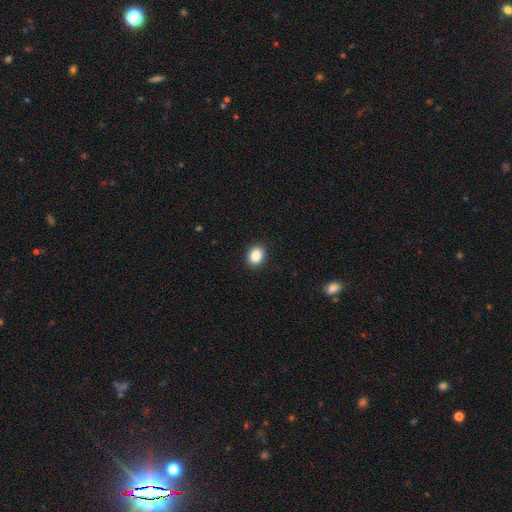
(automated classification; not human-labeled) A smooth galaxy with no disk features (87%) that is in between round and cigar-shaped (53%).

Vote fractions:
- Smooth or featured? smooth: 87% / star or artifact: 9% / featured or disk: 4%
- How rounded? in between: 53% / round: 47% / cigar-shaped: 1%
- Merging? none: 91% / minor disturbance: 6% / major disturbance: 2% / merger: 1%